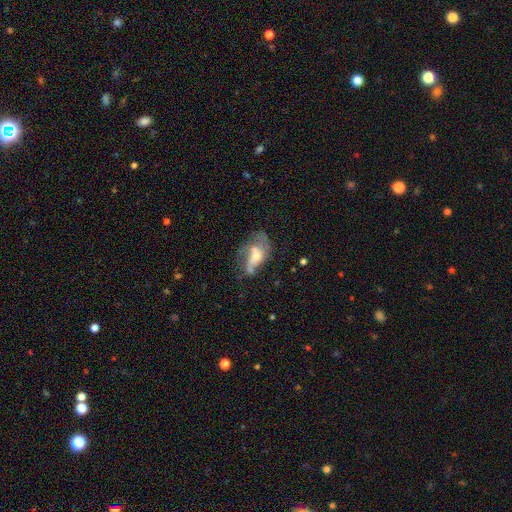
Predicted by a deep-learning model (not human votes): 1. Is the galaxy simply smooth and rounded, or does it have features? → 65% featured or disk, 26% smooth, 9% star or artifact.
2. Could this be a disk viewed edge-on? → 93% no, 7% yes.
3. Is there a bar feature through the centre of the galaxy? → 62% no, 30% weak, 9% strong.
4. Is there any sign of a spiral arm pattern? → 65% yes, 35% no.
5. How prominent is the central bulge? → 48% moderate, 31% small, 10% large, 9% none, 2% dominant.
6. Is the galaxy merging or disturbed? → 37% none, 33% major disturbance, 22% minor disturbance, 8% merger.